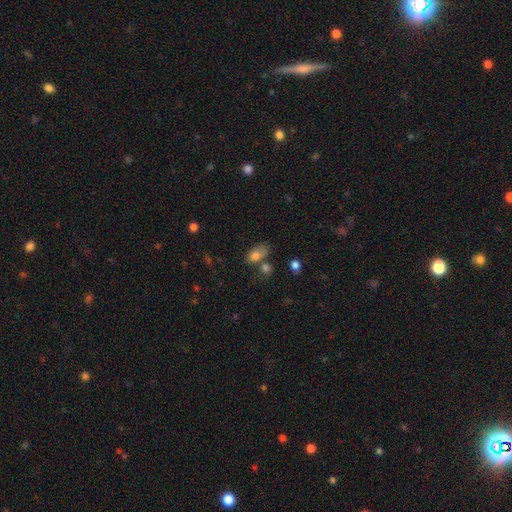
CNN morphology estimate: Smooth or featured: smooth — 78% (featured or disk — 12%)
How rounded: in between — 85% (round — 13%)
Merging: none — 39% (merger — 25%)